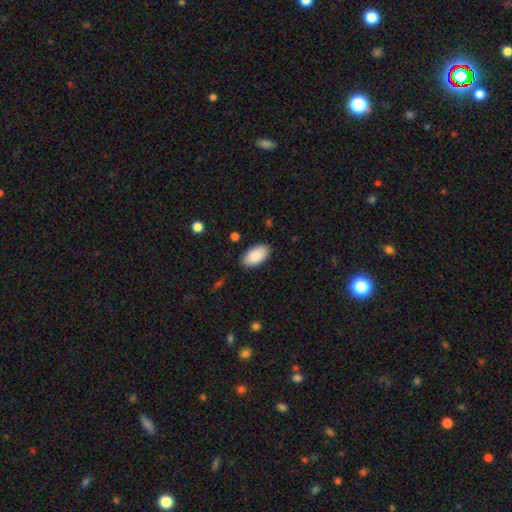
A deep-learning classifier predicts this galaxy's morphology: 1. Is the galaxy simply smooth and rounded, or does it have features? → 90% smooth, 6% star or artifact, 4% featured or disk.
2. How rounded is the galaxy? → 96% in between, 3% round, 2% cigar-shaped.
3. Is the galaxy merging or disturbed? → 87% none, 10% minor disturbance, 2% major disturbance, 1% merger.